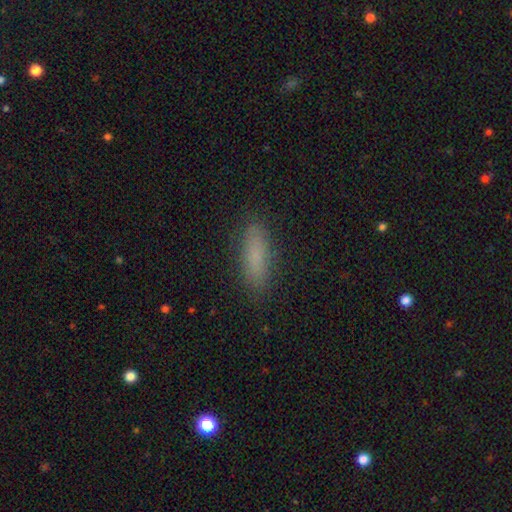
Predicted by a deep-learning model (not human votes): Morphology: type=smooth (82%); roundness=cigar-shaped (55%); merging=none (87%).